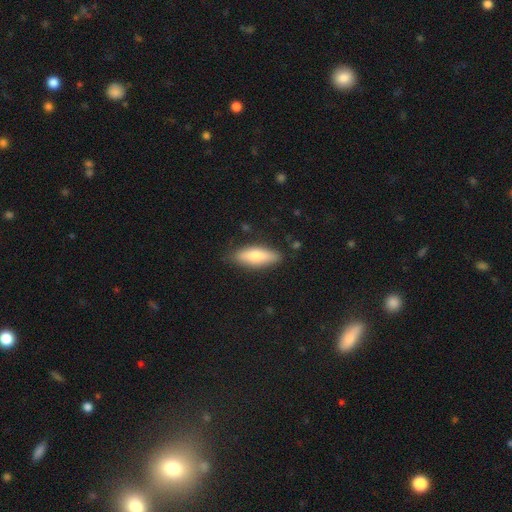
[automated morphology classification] smooth_or_featured: smooth (p=0.71) [alt: featured or disk p=0.23]
how_rounded: in between (p=0.56) [alt: cigar-shaped p=0.42]
merging: none (p=0.83) [alt: minor disturbance p=0.13]